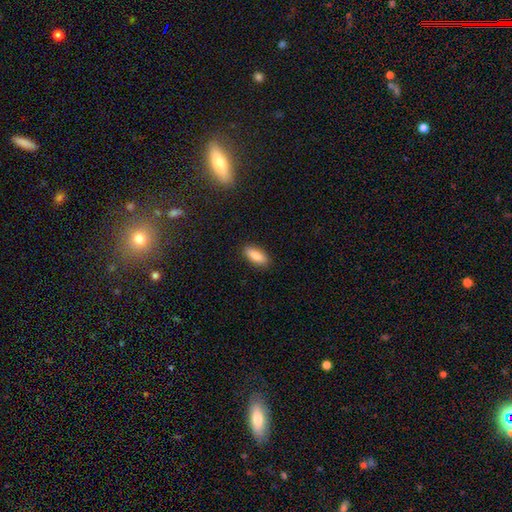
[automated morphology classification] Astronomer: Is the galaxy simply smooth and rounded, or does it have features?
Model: smooth — 85%.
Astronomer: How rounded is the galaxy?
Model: in between — 73%.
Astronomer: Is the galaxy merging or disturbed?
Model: none — 89%.